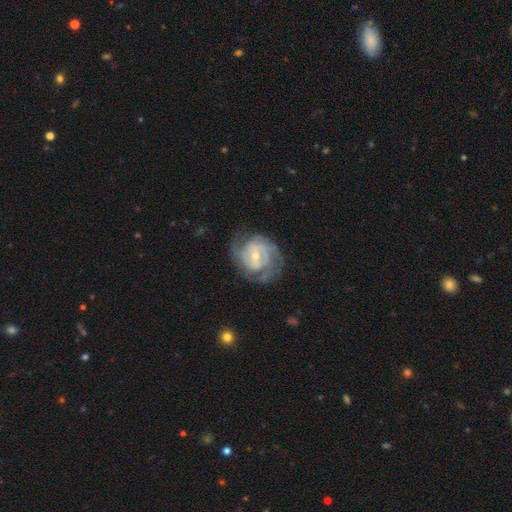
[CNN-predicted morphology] Q: Smooth or featured?
A: featured or disk (81%); runner-up: smooth (14%)
Q: Edge-on disk?
A: no (98%); runner-up: yes (2%)
Q: Bar?
A: no (59%); runner-up: weak (33%)
Q: Spiral arms?
A: yes (89%); runner-up: no (11%)
Q: Spiral winding?
A: tight (54%); runner-up: medium (34%)
Q: Spiral arm count?
A: 2 (34%); runner-up: can't tell (31%)
Q: Bulge size?
A: small (58%); runner-up: moderate (38%)
Q: Merging?
A: none (61%); runner-up: minor disturbance (21%)